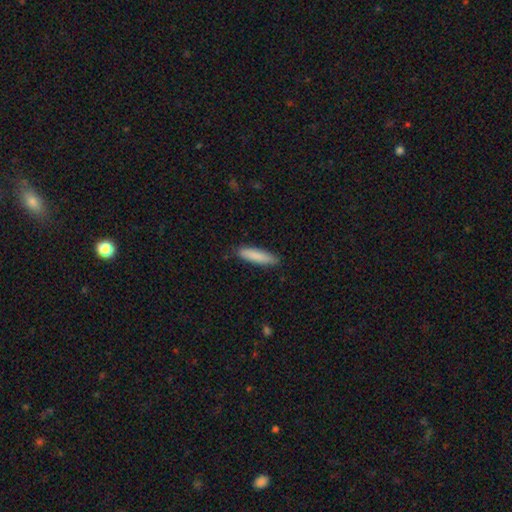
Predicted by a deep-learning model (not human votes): Q: Smooth or featured?
A: smooth (86%); runner-up: featured or disk (8%)
Q: How rounded?
A: cigar-shaped (79%); runner-up: in between (20%)
Q: Merging?
A: none (87%); runner-up: minor disturbance (10%)